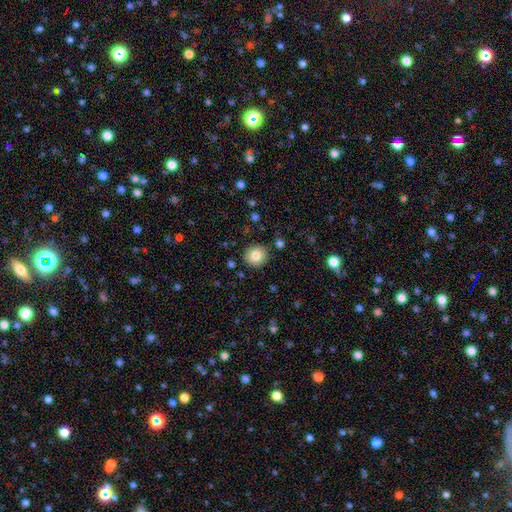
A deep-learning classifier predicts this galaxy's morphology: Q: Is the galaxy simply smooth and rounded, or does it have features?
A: smooth — 81%.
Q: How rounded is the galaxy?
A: round — 91%.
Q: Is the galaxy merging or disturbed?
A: none — 89%.